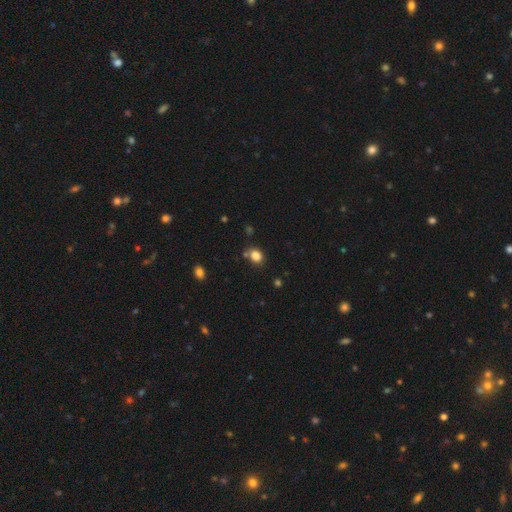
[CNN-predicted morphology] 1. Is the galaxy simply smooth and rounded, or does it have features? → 84% smooth, 12% star or artifact, 5% featured or disk.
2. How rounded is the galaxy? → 51% round, 48% in between, 1% cigar-shaped.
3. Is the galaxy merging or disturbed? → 70% none, 15% minor disturbance, 11% merger, 4% major disturbance.